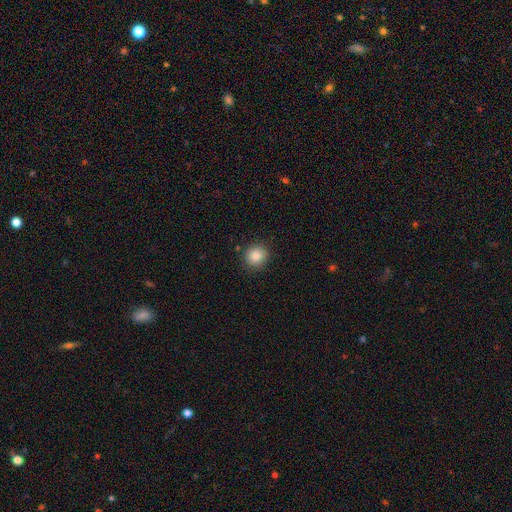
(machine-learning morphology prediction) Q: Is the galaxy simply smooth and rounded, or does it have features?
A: smooth — 86%.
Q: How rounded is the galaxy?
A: round — 89%.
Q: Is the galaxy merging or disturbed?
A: none — 89%.